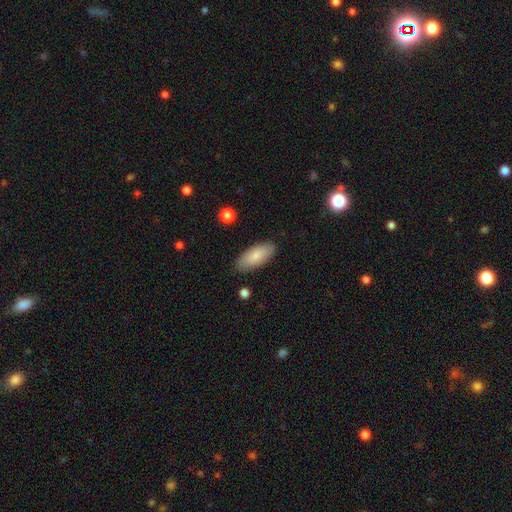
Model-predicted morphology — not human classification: A smooth galaxy with no disk features (82%) that is in between round and cigar-shaped (87%).

Vote fractions:
- Smooth or featured? smooth: 82% / featured or disk: 12% / star or artifact: 6%
- How rounded? in between: 87% / cigar-shaped: 12% / round: 2%
- Merging? none: 86% / minor disturbance: 10% / major disturbance: 2% / merger: 1%